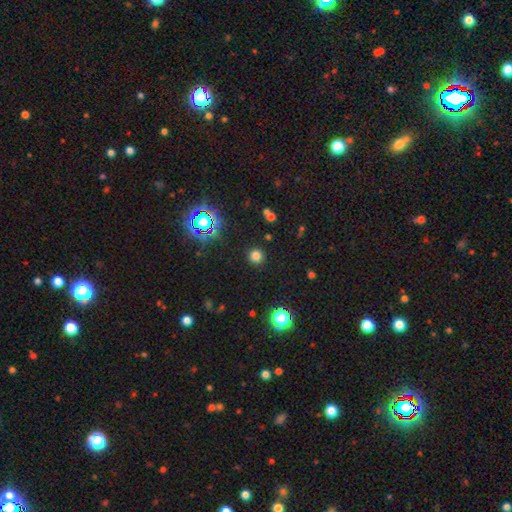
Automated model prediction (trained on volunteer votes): smooth 75%, star or artifact 20%, featured or disk 5%. Down the decision tree: how rounded — round (94%); merging — none (91%).